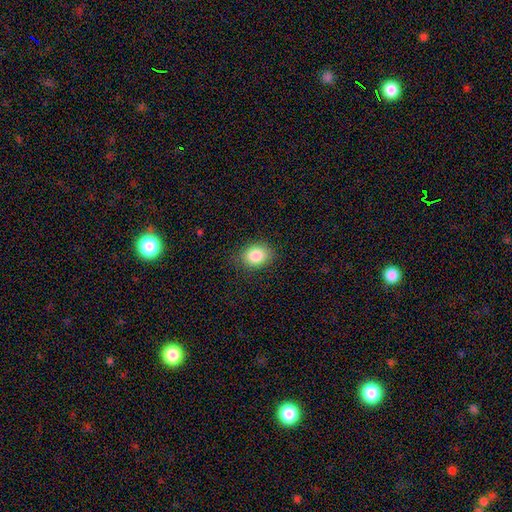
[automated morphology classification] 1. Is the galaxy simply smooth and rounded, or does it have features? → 86% smooth, 9% star or artifact, 6% featured or disk.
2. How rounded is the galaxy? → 52% in between, 47% round, 1% cigar-shaped.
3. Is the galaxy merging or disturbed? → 84% none, 12% minor disturbance, 3% major disturbance, 1% merger.